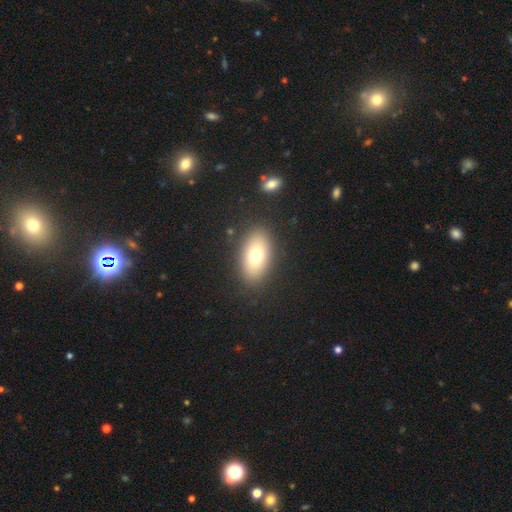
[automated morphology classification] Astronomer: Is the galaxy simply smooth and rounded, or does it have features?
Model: smooth — 74%.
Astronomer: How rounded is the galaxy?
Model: in between — 90%.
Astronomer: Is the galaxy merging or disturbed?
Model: none — 86%.